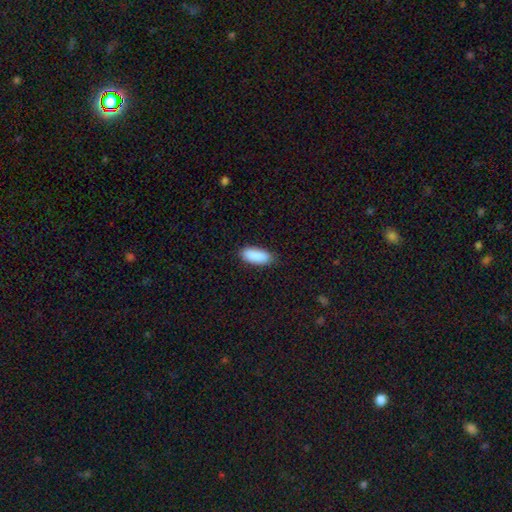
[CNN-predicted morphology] type=smooth (90%); roundness=in between (82%); merging=none (84%).